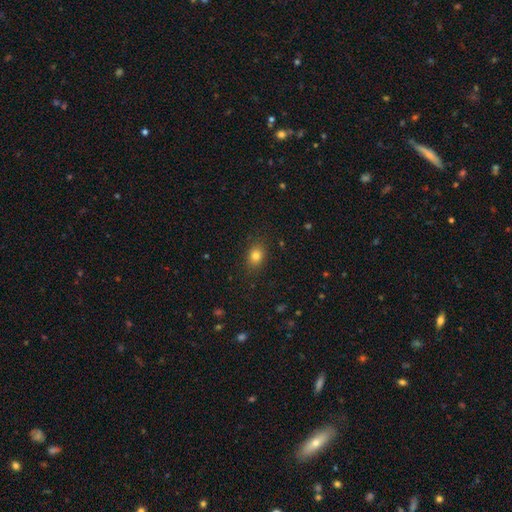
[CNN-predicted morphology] Overall: smooth (81%). How rounded: in between (62%; round 37%). Merging: none (86%).